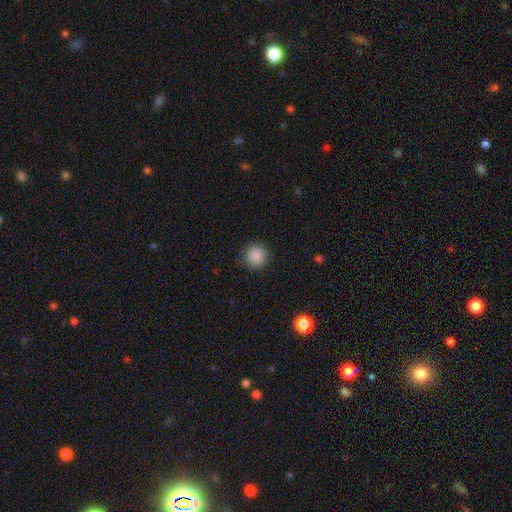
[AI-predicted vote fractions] smooth-or-featured: smooth: 87% | star or artifact: 10% | featured or disk: 3%
  how-rounded: round: 94% | in between: 5% | cigar-shaped: 1%
  merging: none: 89% | minor disturbance: 8% | major disturbance: 2% | merger: 1%